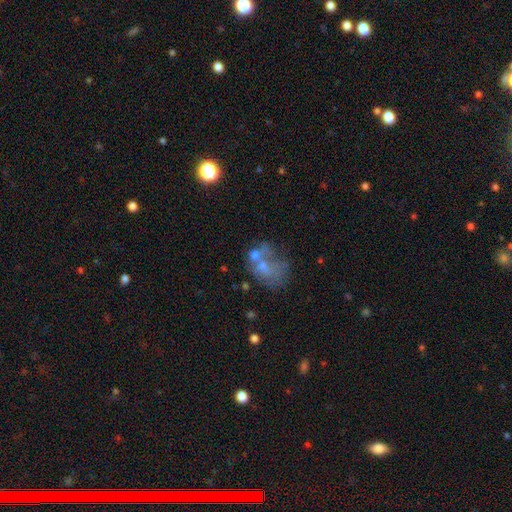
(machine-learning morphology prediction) smooth_or_featured: smooth (p=0.46) [alt: featured or disk p=0.40]
merging: merger (p=0.39) [alt: none p=0.24]